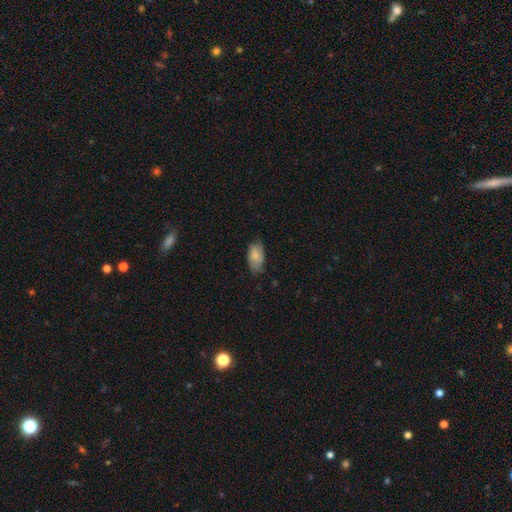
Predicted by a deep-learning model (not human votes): smooth_or_featured: smooth (p=0.78) [alt: featured or disk p=0.16]
how_rounded: in between (p=0.94) [alt: round p=0.04]
merging: none (p=0.64) [alt: minor disturbance p=0.30]